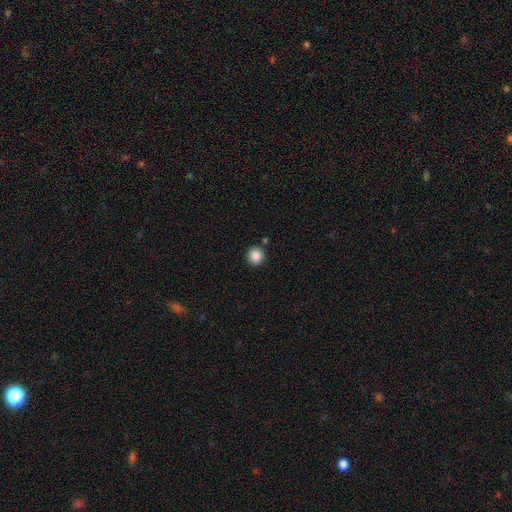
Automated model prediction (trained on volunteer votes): Smooth or featured? Predicted: smooth (p=0.87). How rounded? Predicted: round (p=0.93). Merging? Predicted: none (p=0.88).